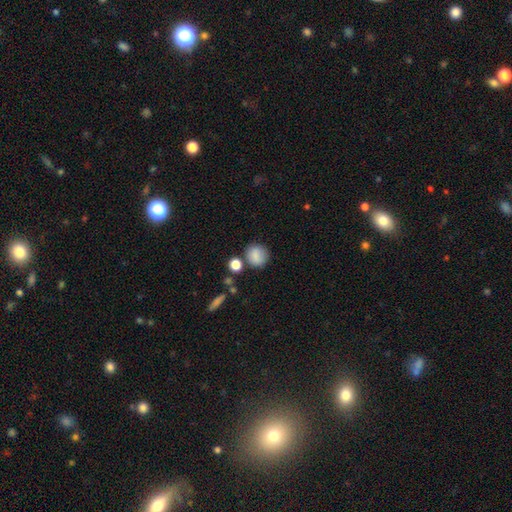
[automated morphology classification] Smooth or featured? smooth (84%)
How rounded? round (81%)
Merging? none (72%)